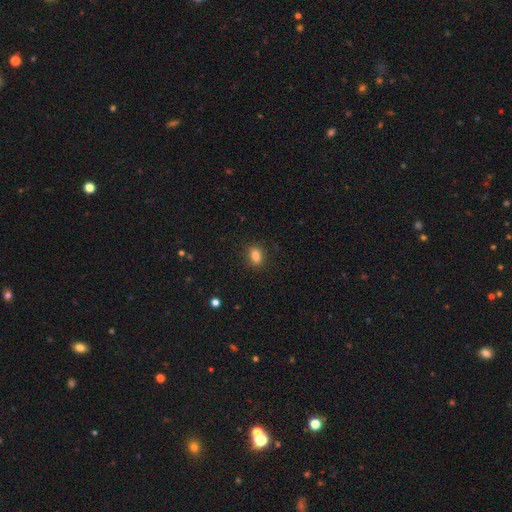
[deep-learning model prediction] Smooth or featured? Predicted: smooth (p=0.85). How rounded? Predicted: in between (p=0.77). Merging? Predicted: none (p=0.86).